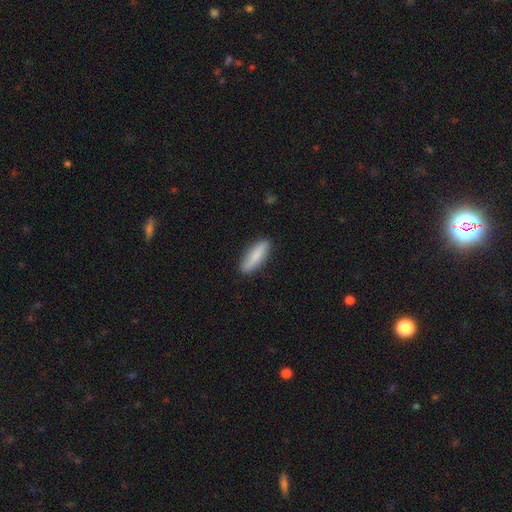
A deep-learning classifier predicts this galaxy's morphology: This appears to be a smooth galaxy with no disk features (81%) that is cigar-shaped (60%). Merging: none (87%).